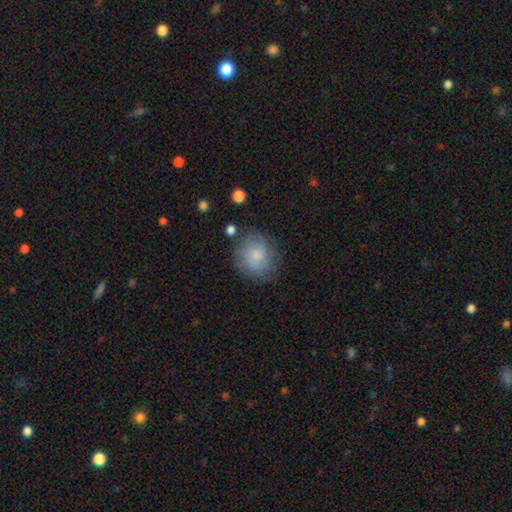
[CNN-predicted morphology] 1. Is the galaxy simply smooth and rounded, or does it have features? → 78% smooth, 15% featured or disk, 8% star or artifact.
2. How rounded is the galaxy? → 77% round, 22% in between, 1% cigar-shaped.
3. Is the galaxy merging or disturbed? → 75% none, 17% minor disturbance, 5% major disturbance, 2% merger.